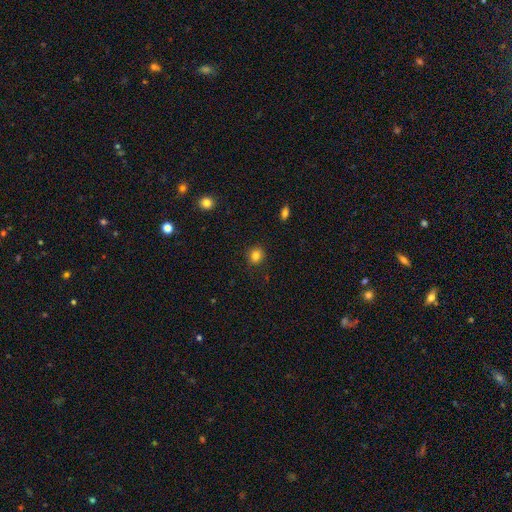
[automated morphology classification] A smooth galaxy with no disk features (83%) that is round (82%). Merging: none (89%).